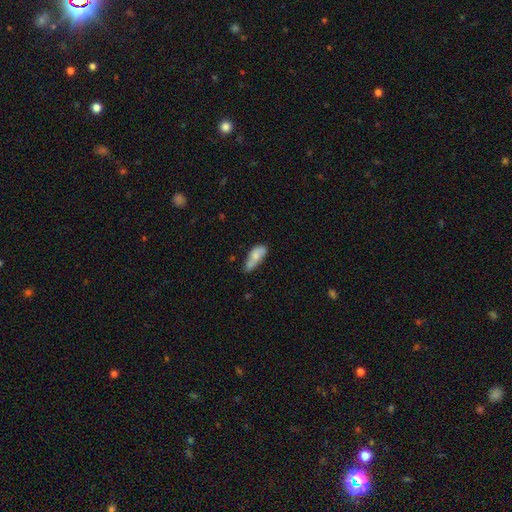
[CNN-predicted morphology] A smooth galaxy with no disk features (70%) that is in between round and cigar-shaped (73%). Merging: none (39%).